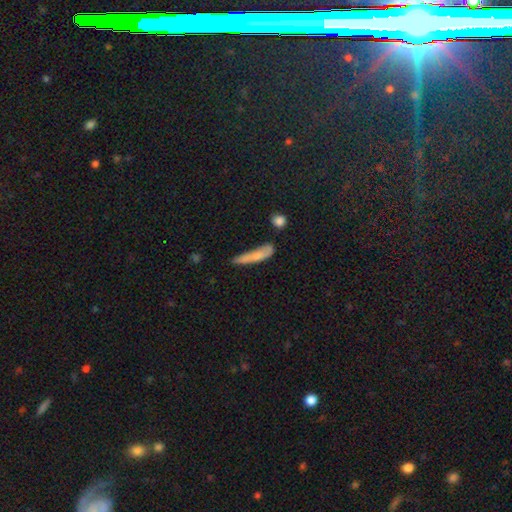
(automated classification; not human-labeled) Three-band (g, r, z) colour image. It shows a smooth galaxy with no disk features (70%) that is cigar-shaped (84%). Merging: none (44%).